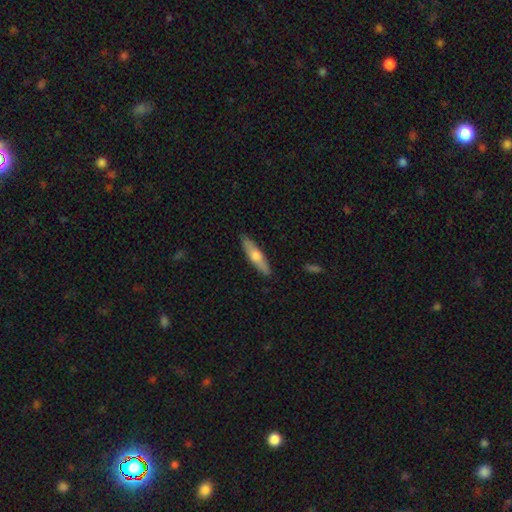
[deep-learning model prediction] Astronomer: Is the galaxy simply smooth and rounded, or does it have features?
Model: smooth — 52% (runner-up: featured or disk, 43%).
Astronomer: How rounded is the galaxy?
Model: cigar-shaped — 76%.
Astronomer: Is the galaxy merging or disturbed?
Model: none — 89%.